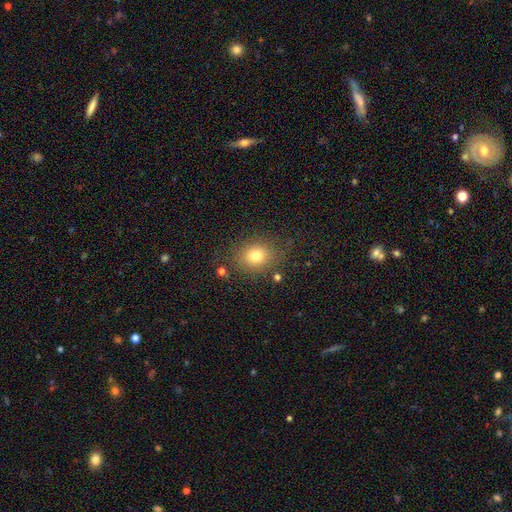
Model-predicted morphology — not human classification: Smooth or featured?
  - smooth: 76% *
  - star or artifact: 14%
  - featured or disk: 10%
How rounded?
  - round: 61% *
  - in between: 38%
  - cigar-shaped: 1%
Merging?
  - none: 79% *
  - minor disturbance: 13%
  - major disturbance: 5%
  - merger: 3%